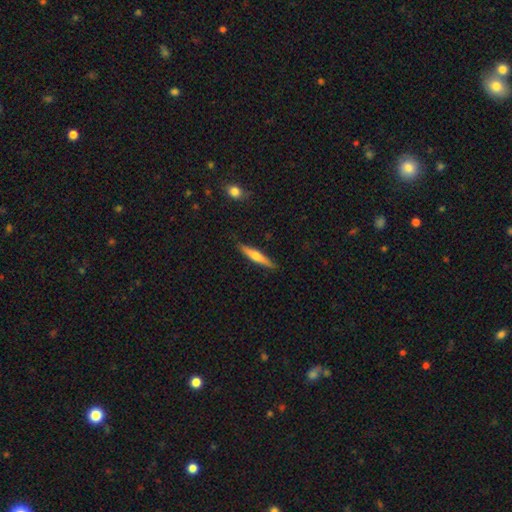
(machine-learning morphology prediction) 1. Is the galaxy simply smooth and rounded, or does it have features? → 51% smooth, 43% featured or disk, 6% star or artifact.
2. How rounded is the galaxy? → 89% cigar-shaped, 9% in between, 2% round.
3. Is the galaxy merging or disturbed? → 86% none, 11% minor disturbance, 2% major disturbance, 1% merger.